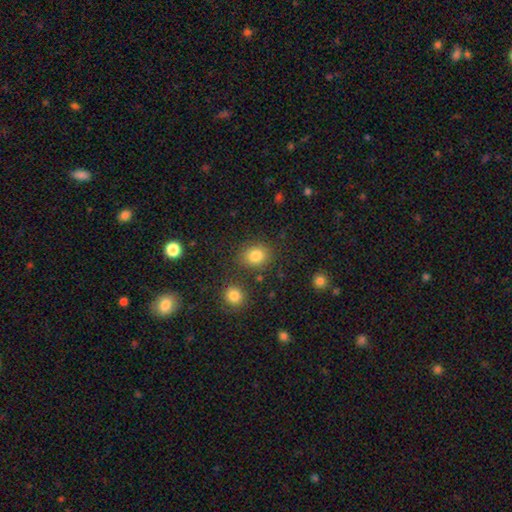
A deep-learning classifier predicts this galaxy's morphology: Q: Smooth or featured?
A: smooth (82%); runner-up: star or artifact (12%)
Q: How rounded?
A: round (65%); runner-up: in between (34%)
Q: Merging?
A: none (80%); runner-up: minor disturbance (10%)